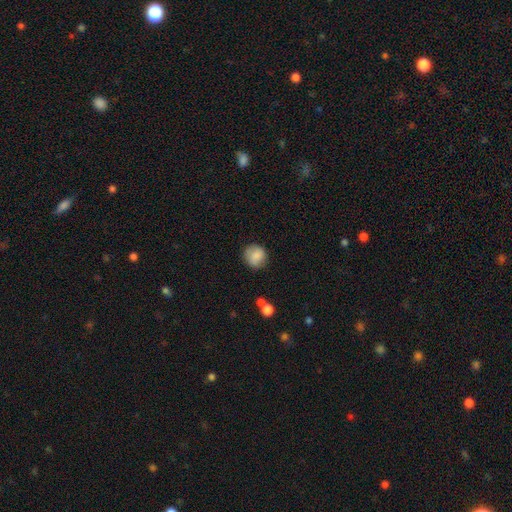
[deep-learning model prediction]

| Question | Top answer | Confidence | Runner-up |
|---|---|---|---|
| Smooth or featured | smooth | 85% | star or artifact (8%) |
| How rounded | round | 86% | in between (13%) |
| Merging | none | 78% | minor disturbance (16%) |